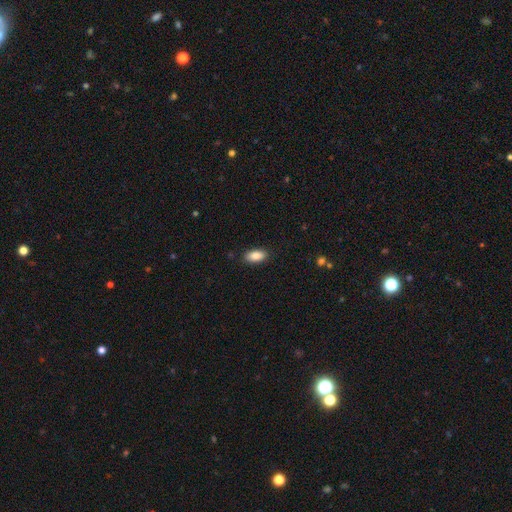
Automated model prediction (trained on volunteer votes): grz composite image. It shows a smooth galaxy with no disk features (86%) that is in between round and cigar-shaped (91%). Merging: none (88%).